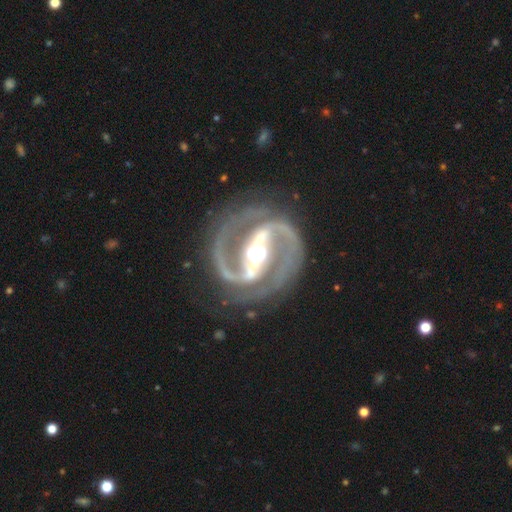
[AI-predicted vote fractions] Smooth or featured? featured or disk (94%)
Edge-on disk? no (98%)
Bar? strong (75%)
Spiral arms? yes (98%)
Spiral winding? medium (58%)
Spiral arm count? 2 (94%)
Bulge size? moderate (65%)
Merging? none (83%)